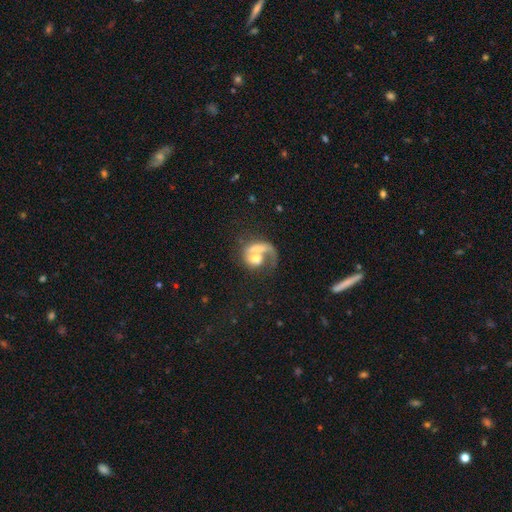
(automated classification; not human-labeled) This appears to be a featured or disk galaxy (54%) with no bar (74%), spiral arms (59%) and a moderate central bulge (43%). Merging: merger (41%).